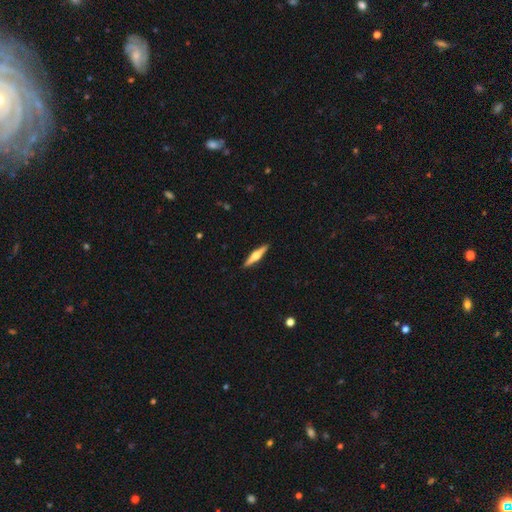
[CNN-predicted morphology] type=featured or disk (71%); edge-on=yes (98%); edge-on bulge=rounded (94%); merging=none (92%).